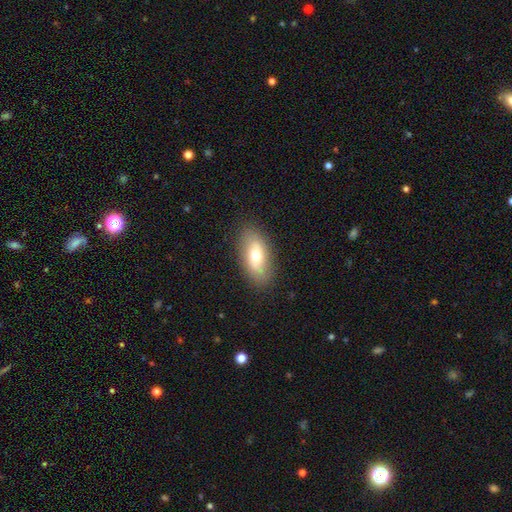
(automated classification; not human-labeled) Morphology: type=smooth (63%); roundness=in between (86%); merging=none (85%).